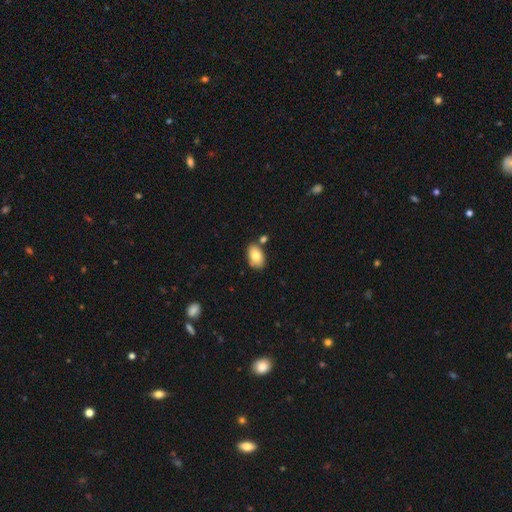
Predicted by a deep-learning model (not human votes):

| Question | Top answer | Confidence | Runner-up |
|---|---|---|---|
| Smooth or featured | smooth | 80% | featured or disk (12%) |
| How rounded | in between | 91% | round (7%) |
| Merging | none | 73% | minor disturbance (15%) |